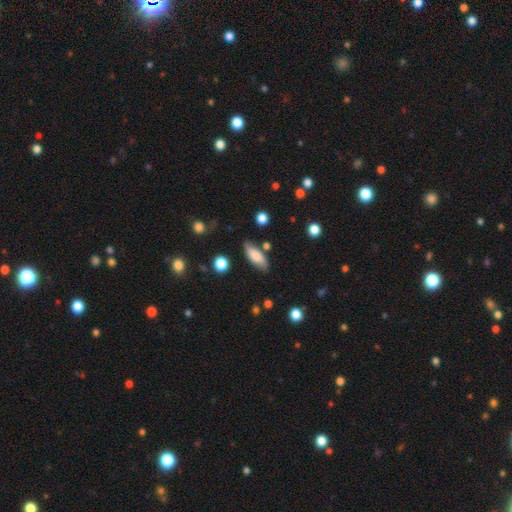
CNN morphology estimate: smooth-or-featured: smooth: 75% | featured or disk: 18% | star or artifact: 7%
  how-rounded: in between: 72% | cigar-shaped: 26% | round: 3%
  merging: none: 75% | minor disturbance: 17% | merger: 5% | major disturbance: 4%